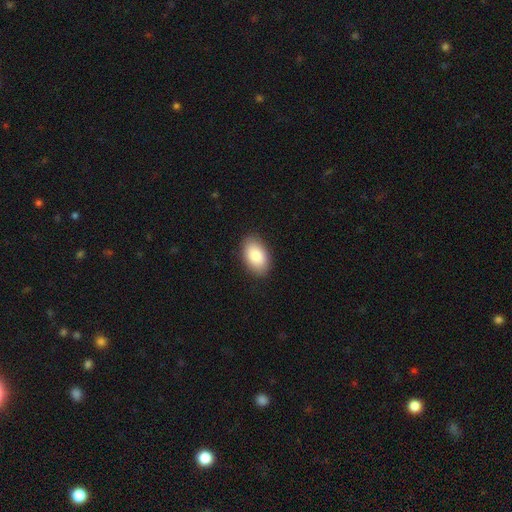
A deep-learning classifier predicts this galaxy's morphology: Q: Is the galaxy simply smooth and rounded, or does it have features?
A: smooth — 88%.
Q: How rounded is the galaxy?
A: in between — 93%.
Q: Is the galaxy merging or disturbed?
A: none — 88%.